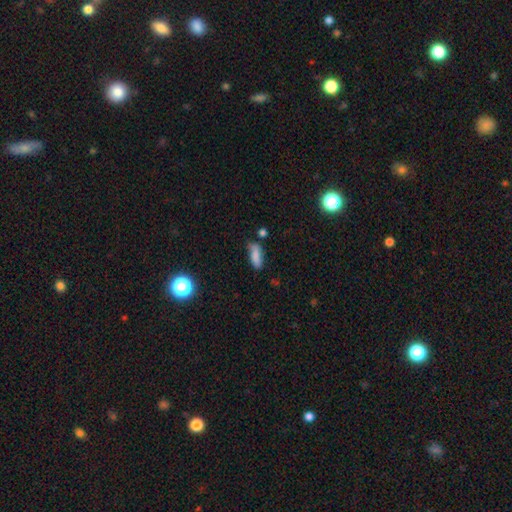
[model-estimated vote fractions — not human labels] Morphology: type=smooth (79%); roundness=in between (71%); merging=none (60%).